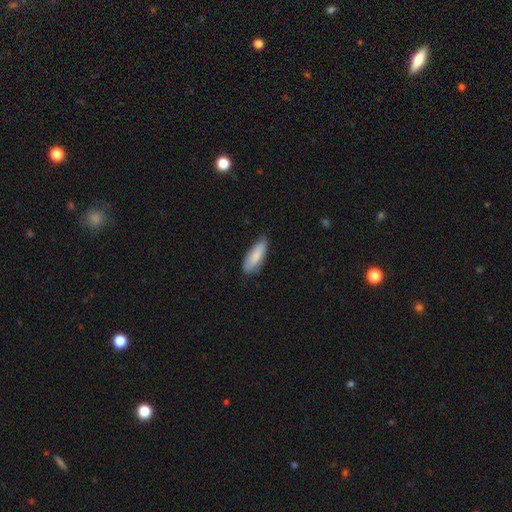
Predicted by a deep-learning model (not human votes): Smooth or featured? smooth (84%)
How rounded? in between (65%)
Merging? none (77%)